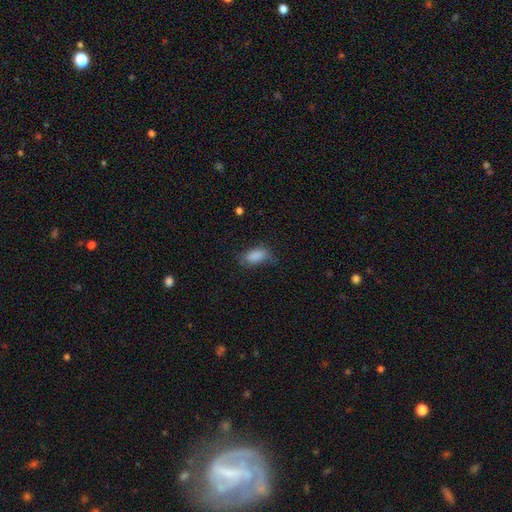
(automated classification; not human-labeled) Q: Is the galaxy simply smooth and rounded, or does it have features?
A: smooth — 86%.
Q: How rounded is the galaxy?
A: in between — 90%.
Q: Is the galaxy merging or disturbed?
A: none — 64%.